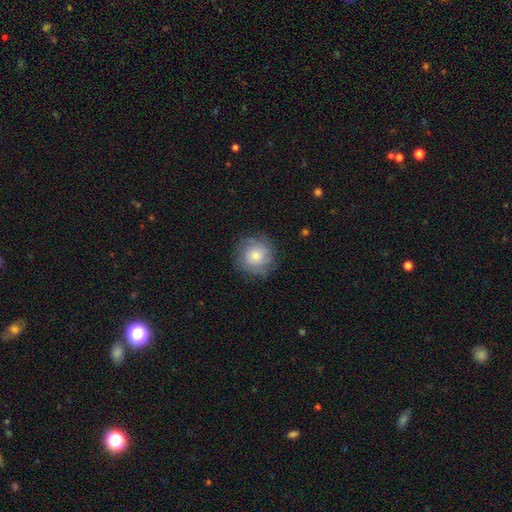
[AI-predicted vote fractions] A smooth galaxy with no disk features (60%) that is round (92%).

Vote fractions:
- Smooth or featured? smooth: 60% / featured or disk: 32% / star or artifact: 8%
- How rounded? round: 92% / in between: 7% / cigar-shaped: 1%
- Merging? none: 79% / minor disturbance: 14% / major disturbance: 5% / merger: 1%